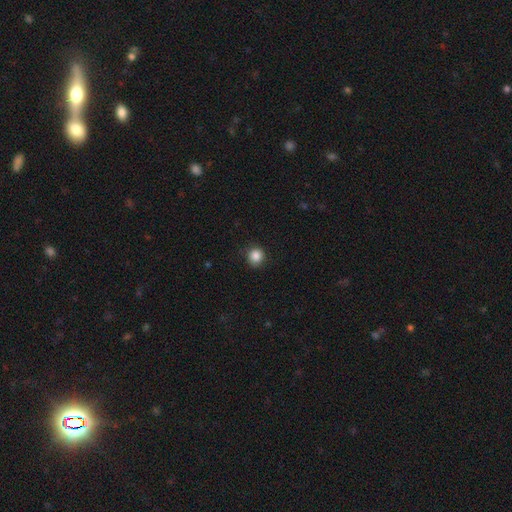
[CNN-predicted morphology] A smooth galaxy with no disk features (86%) that is round (89%). Merging: none (84%).